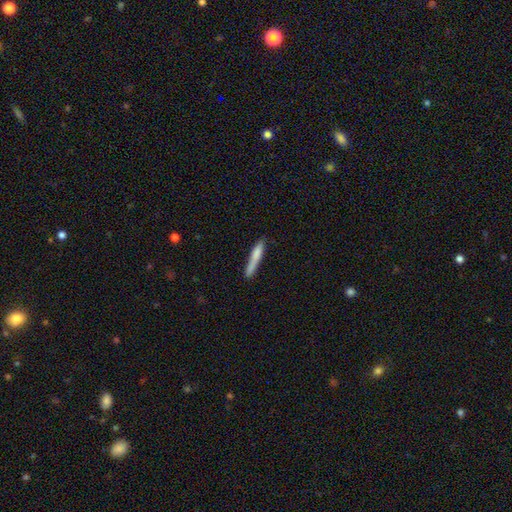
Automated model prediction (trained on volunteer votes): Smooth or featured?
  - smooth: 73% *
  - featured or disk: 21%
  - star or artifact: 6%
How rounded?
  - cigar-shaped: 93% *
  - in between: 6%
  - round: 1%
Merging?
  - none: 70% *
  - minor disturbance: 20%
  - major disturbance: 5%
  - merger: 5%